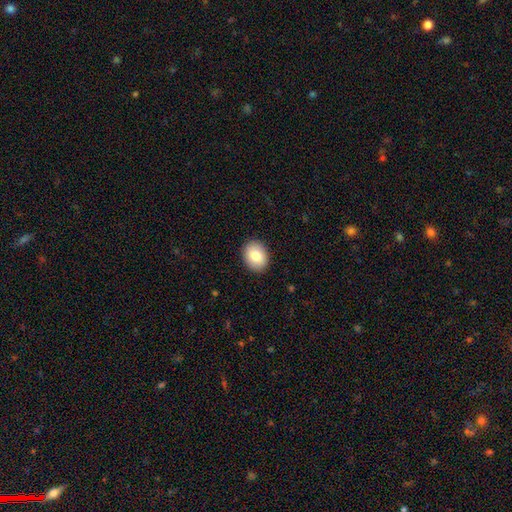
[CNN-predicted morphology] smooth-or-featured: smooth: 83% | featured or disk: 10% | star or artifact: 7%
  how-rounded: in between: 62% | round: 38% | cigar-shaped: 1%
  merging: none: 91% | minor disturbance: 7% | major disturbance: 2% | merger: 1%